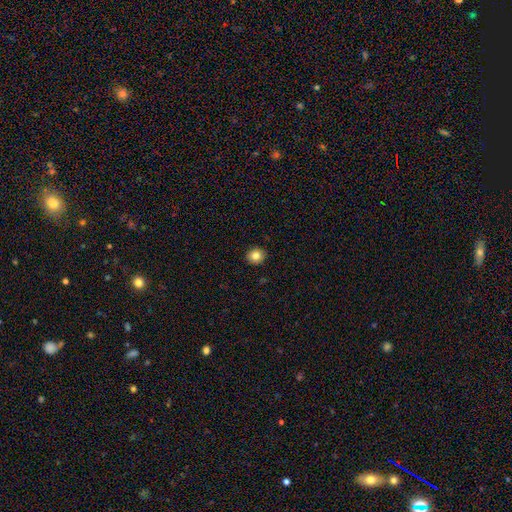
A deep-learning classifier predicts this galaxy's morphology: Smooth or featured? smooth (83%)
How rounded? round (85%)
Merging? none (92%)